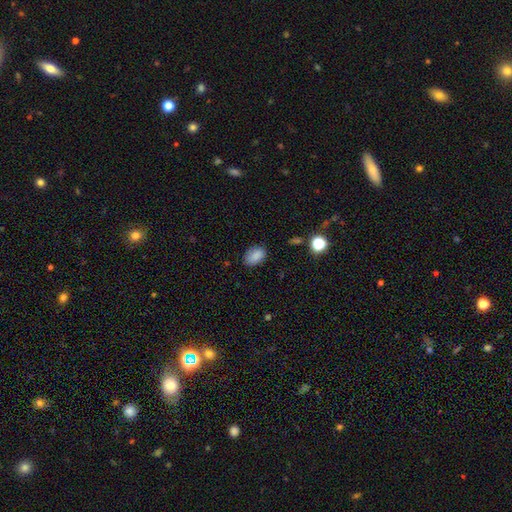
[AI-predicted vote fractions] A smooth galaxy with no disk features (86%) that is in between round and cigar-shaped (84%). Merging: none (78%).